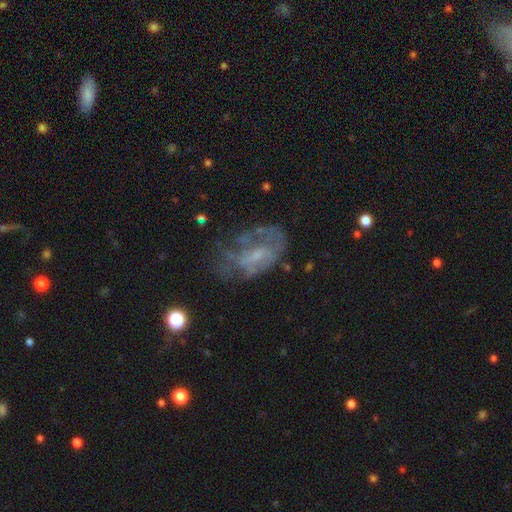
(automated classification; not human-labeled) Smooth or featured? Predicted: featured or disk (p=0.62). Edge-on disk? Predicted: no (p=0.96). Bar? Predicted: no (p=0.62). Spiral arms? Predicted: no (p=0.60). Bulge size? Predicted: small (p=0.50). Merging? Predicted: none (p=0.39).